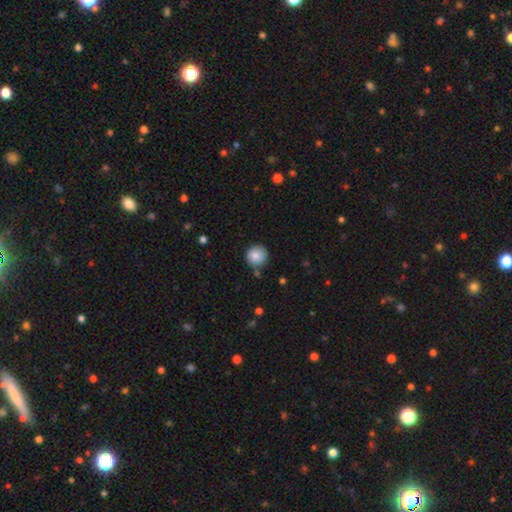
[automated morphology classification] Smooth or featured? smooth (86%)
How rounded? round (94%)
Merging? none (81%)